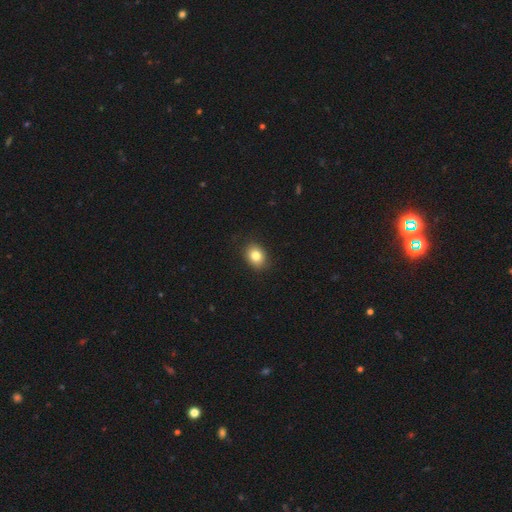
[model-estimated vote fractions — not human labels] Smooth or featured? Predicted: smooth (p=0.83). How rounded? Predicted: in between (p=0.59). Merging? Predicted: none (p=0.87).